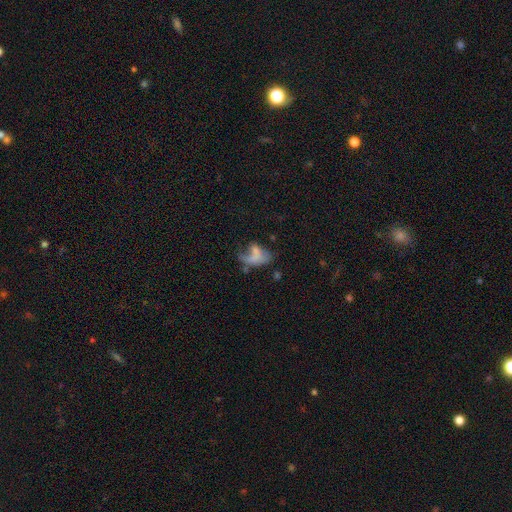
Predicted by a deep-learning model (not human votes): Smooth or featured?
  - smooth: 48% *
  - featured or disk: 38%
  - star or artifact: 13%
Merging?
  - major disturbance: 43% *
  - none: 22%
  - merger: 18%
  - minor disturbance: 17%